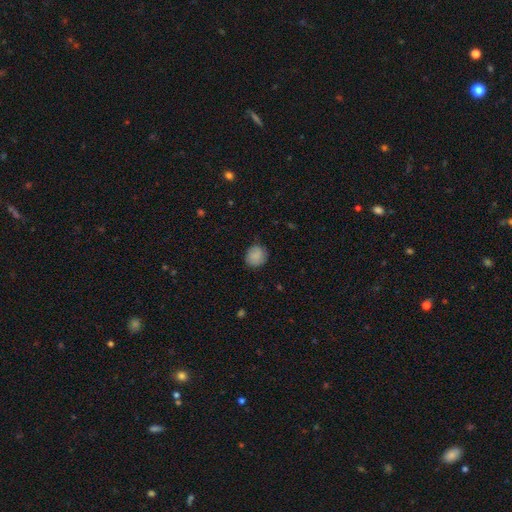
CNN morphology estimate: smooth_or_featured: smooth (p=0.85) [alt: star or artifact p=0.08]
how_rounded: round (p=0.80) [alt: in between p=0.19]
merging: none (p=0.81) [alt: minor disturbance p=0.15]